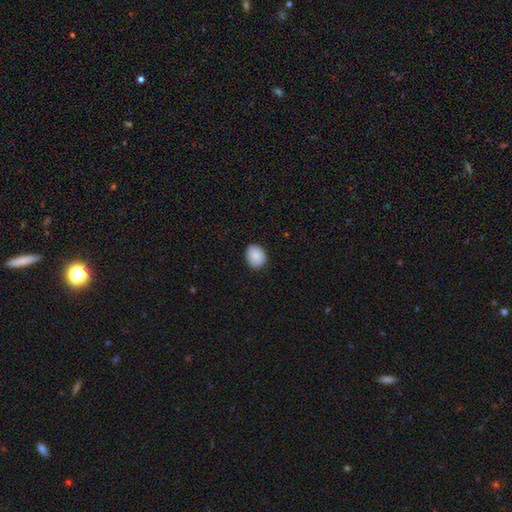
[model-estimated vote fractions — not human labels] Q: Smooth or featured?
A: smooth (87%); runner-up: star or artifact (7%)
Q: How rounded?
A: round (52%); runner-up: in between (47%)
Q: Merging?
A: none (87%); runner-up: minor disturbance (10%)